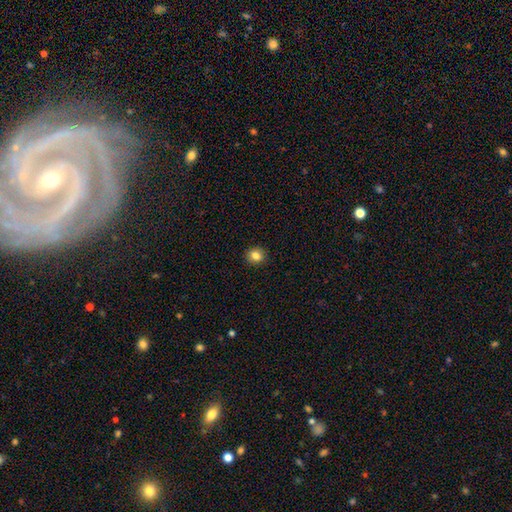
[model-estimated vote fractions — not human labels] The model was most divided on "how rounded": round: 76%, in between: 23%, cigar-shaped: 1%. More confident: merging — none (91%); smooth or featured — smooth (84%).